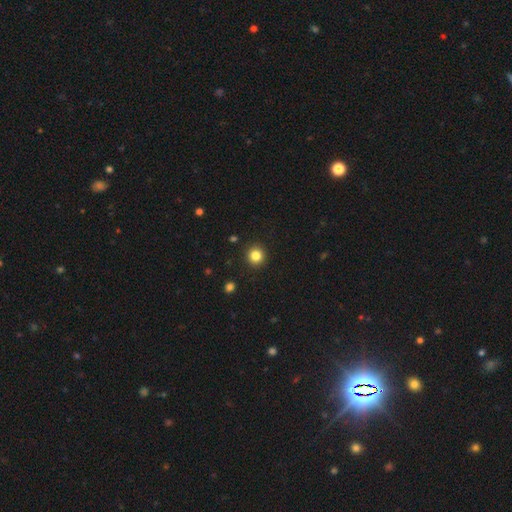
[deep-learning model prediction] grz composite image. It shows a smooth galaxy with no disk features (83%) that is round (93%). Merging: none (92%).